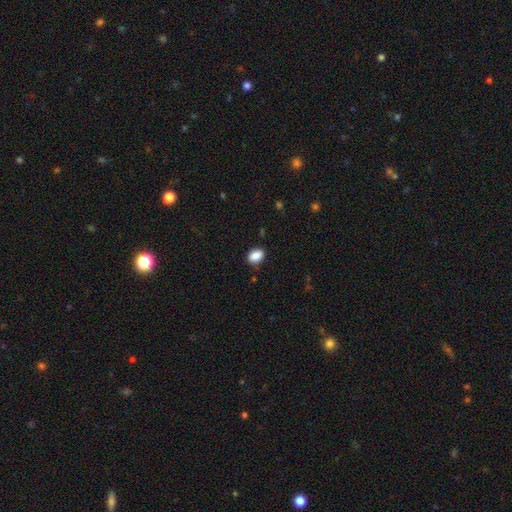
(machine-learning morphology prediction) Smooth or featured? Predicted: smooth (p=0.89). How rounded? Predicted: in between (p=0.82). Merging? Predicted: none (p=0.85).